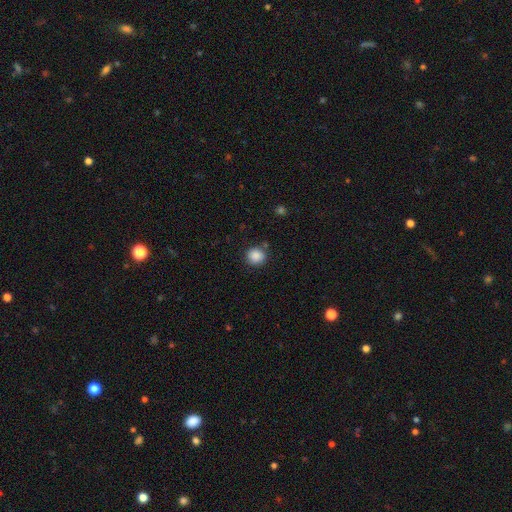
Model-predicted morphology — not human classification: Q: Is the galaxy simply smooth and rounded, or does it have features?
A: smooth — 87%.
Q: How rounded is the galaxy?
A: round — 89%.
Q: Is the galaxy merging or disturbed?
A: none — 83%.